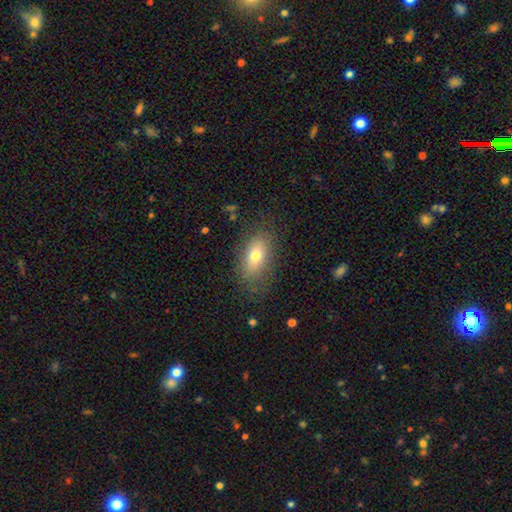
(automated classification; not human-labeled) This appears to be a smooth galaxy with no disk features (73%) that is in between round and cigar-shaped (86%). Merging: none (79%).